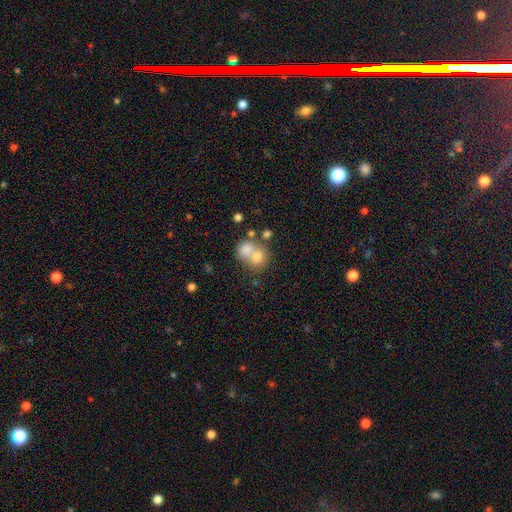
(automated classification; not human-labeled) Smooth or featured? Predicted: smooth (p=0.70). How rounded? Predicted: round (p=0.70). Merging? Predicted: merger (p=0.61).